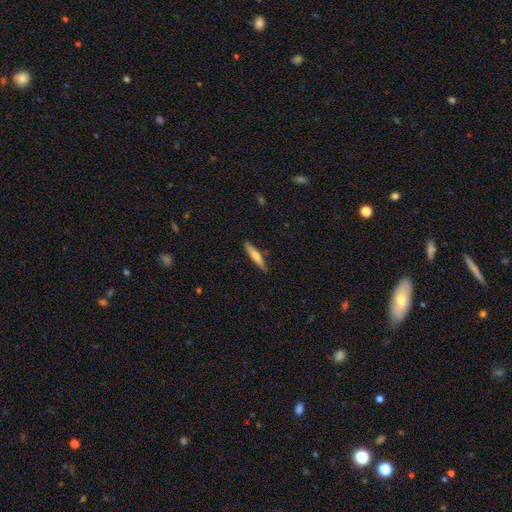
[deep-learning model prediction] smooth_or_featured: smooth (p=0.63) [alt: featured or disk p=0.32]
how_rounded: cigar-shaped (p=0.88) [alt: in between p=0.11]
merging: none (p=0.88) [alt: minor disturbance p=0.09]